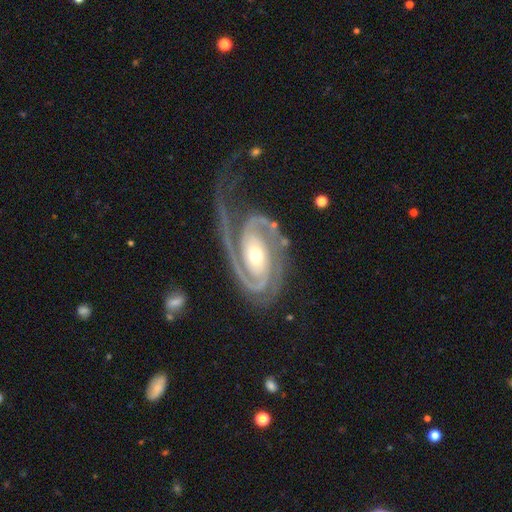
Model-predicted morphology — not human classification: The model was most divided on "merging": none: 50%, major disturbance: 28%, minor disturbance: 18%, merger: 4%. More confident: spiral arms — yes (98%); edge-on disk — no (97%); smooth or featured — featured or disk (94%); spiral arm count — 2 (77%); bulge size — moderate (64%); spiral winding — tight (58%); bar — no (54%).